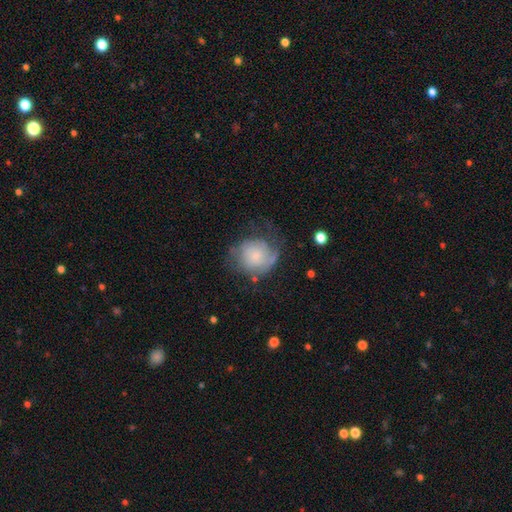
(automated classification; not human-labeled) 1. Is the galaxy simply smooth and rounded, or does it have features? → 48% featured or disk, 44% smooth, 8% star or artifact.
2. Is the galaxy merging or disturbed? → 44% none, 27% major disturbance, 26% minor disturbance, 2% merger.